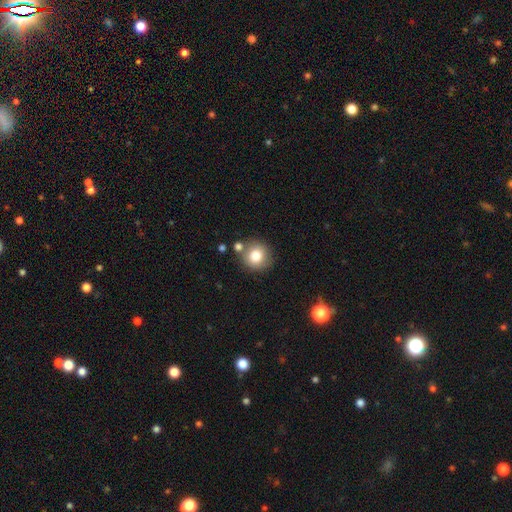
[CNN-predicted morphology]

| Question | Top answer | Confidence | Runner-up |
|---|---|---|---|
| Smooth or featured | smooth | 79% | star or artifact (11%) |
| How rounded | round | 90% | in between (9%) |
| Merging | none | 77% | minor disturbance (10%) |